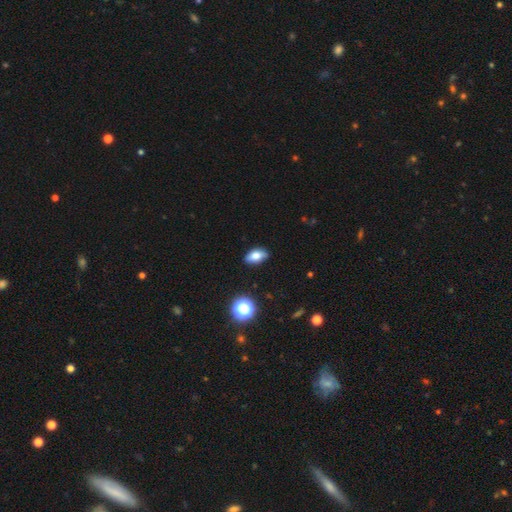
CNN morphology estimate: Smooth or featured? Predicted: smooth (p=0.77). How rounded? Predicted: in between (p=0.88). Merging? Predicted: none (p=0.83).